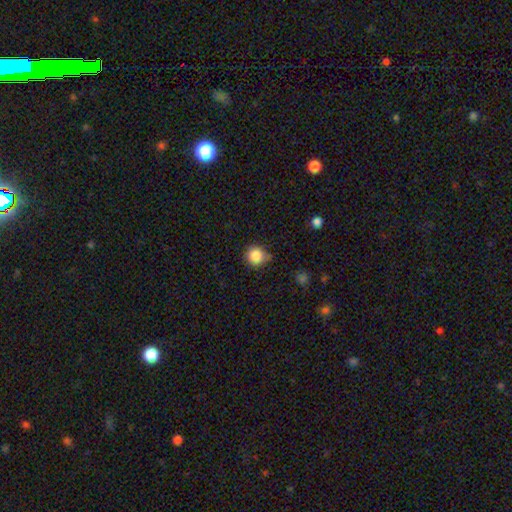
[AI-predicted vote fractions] This appears to be a smooth galaxy with no disk features (85%) that is round (91%). Merging: none (72%).